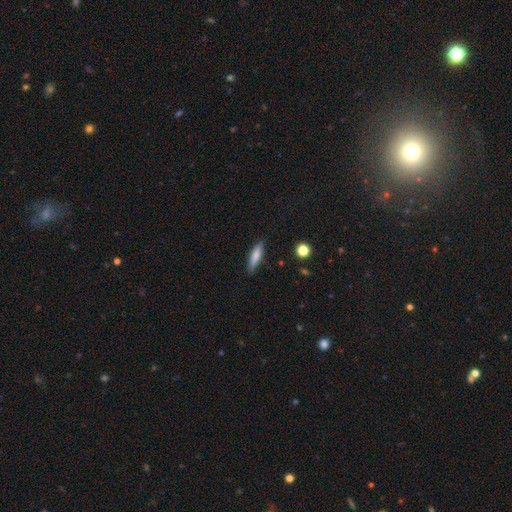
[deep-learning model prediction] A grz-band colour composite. It shows a smooth galaxy with no disk features (76%) that is cigar-shaped (75%). Merging: none (86%).